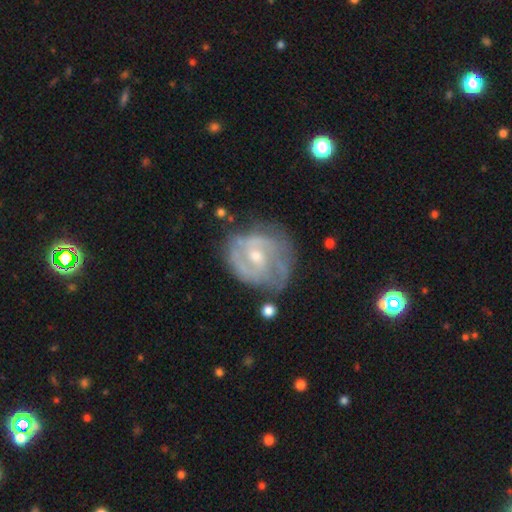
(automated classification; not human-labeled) Smooth or featured? Predicted: featured or disk (p=0.81). Edge-on disk? Predicted: no (p=0.97). Bar? Predicted: no (p=0.47). Spiral arms? Predicted: yes (p=0.86). Spiral winding? Predicted: tight (p=0.46). Spiral arm count? Predicted: 2 (p=0.50). Bulge size? Predicted: moderate (p=0.56). Merging? Predicted: none (p=0.58).